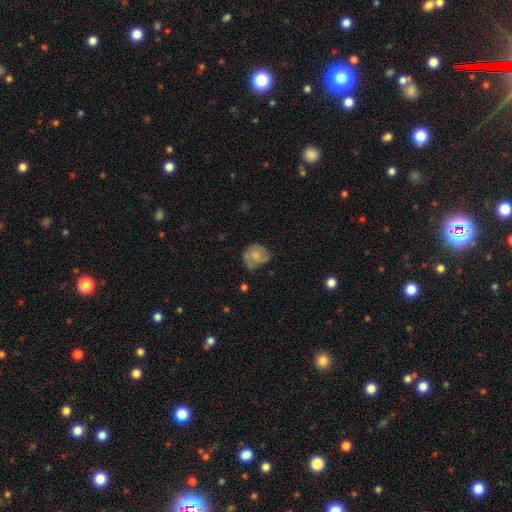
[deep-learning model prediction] Smooth or featured: smooth — 48% (featured or disk — 44%)
Merging: none — 55% (minor disturbance — 28%)